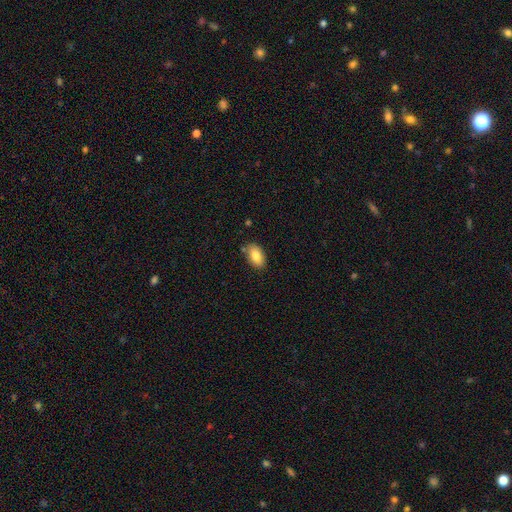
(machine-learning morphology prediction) smooth_or_featured: smooth (p=0.84) [alt: featured or disk p=0.09]
how_rounded: in between (p=0.92) [alt: round p=0.06]
merging: none (p=0.80) [alt: minor disturbance p=0.14]